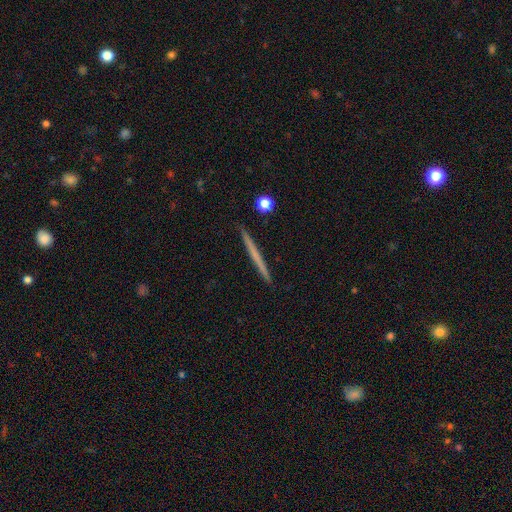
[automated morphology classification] Smooth or featured?
  - featured or disk: 48% *
  - smooth: 47%
  - star or artifact: 6%
Merging?
  - none: 93% *
  - minor disturbance: 5%
  - merger: 1%
  - major disturbance: 1%